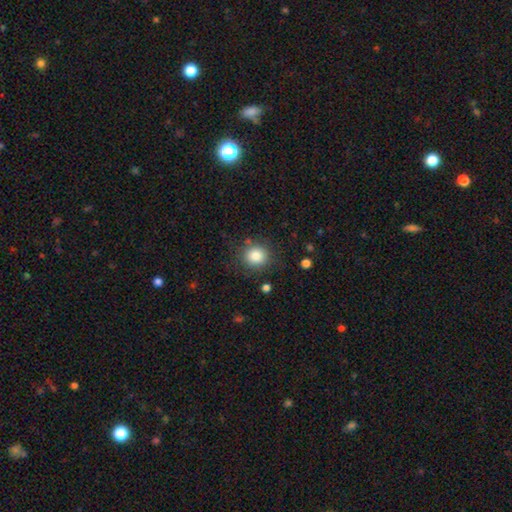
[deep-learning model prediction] Q: Smooth or featured?
A: smooth (84%); runner-up: star or artifact (10%)
Q: How rounded?
A: round (89%); runner-up: in between (10%)
Q: Merging?
A: none (83%); runner-up: minor disturbance (10%)